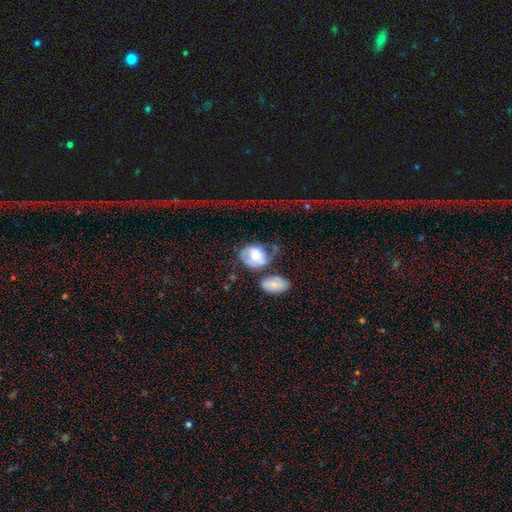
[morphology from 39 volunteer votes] Q: Smooth or featured?
A: smooth (51%); runner-up: featured or disk (49%)
Q: How rounded?
A: in between (55%); runner-up: round (45%)
Q: Merging?
A: major disturbance (46%); runner-up: minor disturbance (26%)